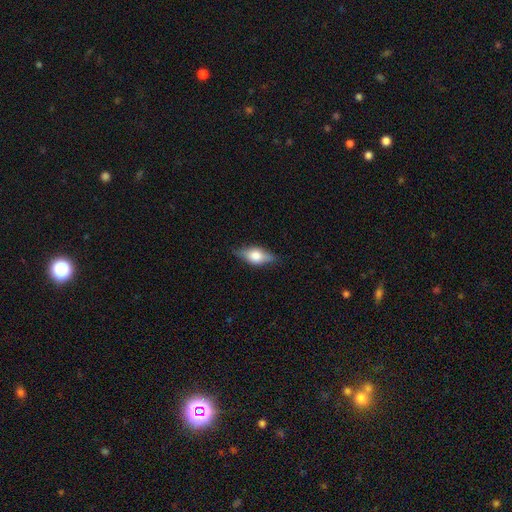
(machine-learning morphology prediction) Smooth or featured? Predicted: featured or disk (p=0.47). Merging? Predicted: none (p=0.80).